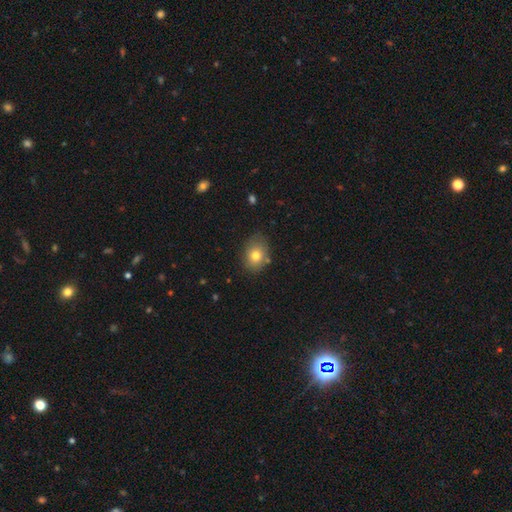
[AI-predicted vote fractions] smooth_or_featured: smooth (p=0.76) [alt: featured or disk p=0.14]
how_rounded: in between (p=0.64) [alt: round p=0.35]
merging: none (p=0.75) [alt: minor disturbance p=0.18]